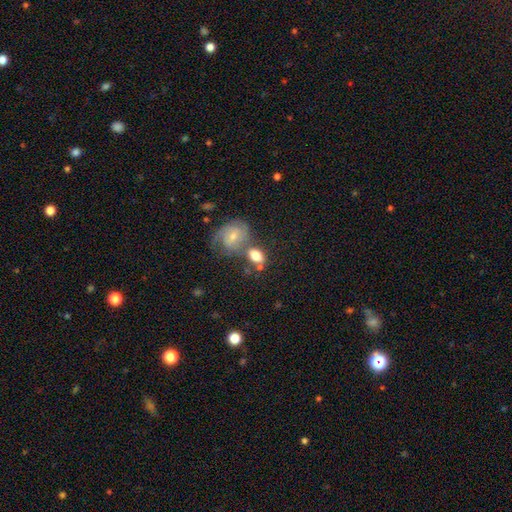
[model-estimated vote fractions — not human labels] Q: Smooth or featured?
A: smooth (69%); runner-up: featured or disk (23%)
Q: How rounded?
A: in between (72%); runner-up: round (25%)
Q: Merging?
A: none (45%); runner-up: merger (31%)